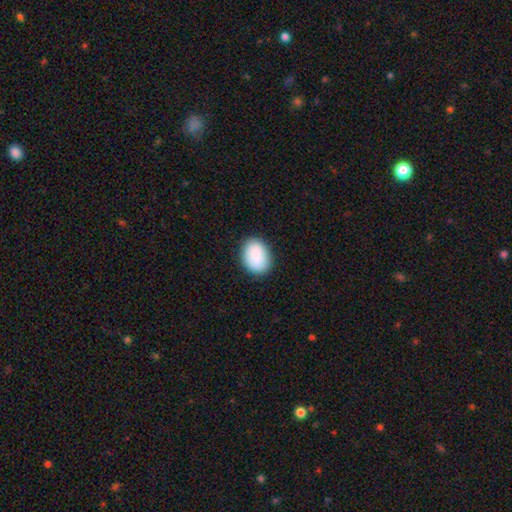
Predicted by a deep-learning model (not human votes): smooth_or_featured: smooth (p=0.87) [alt: featured or disk p=0.07]
how_rounded: in between (p=0.65) [alt: round p=0.35]
merging: none (p=0.85) [alt: minor disturbance p=0.11]